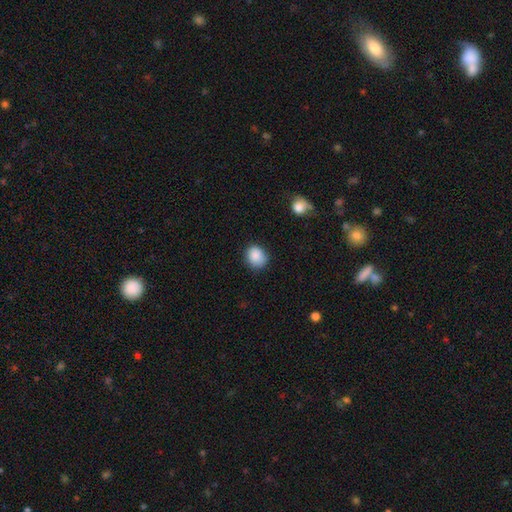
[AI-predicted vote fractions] smooth_or_featured: smooth (p=0.88) [alt: star or artifact p=0.08]
how_rounded: round (p=0.68) [alt: in between p=0.31]
merging: none (p=0.77) [alt: minor disturbance p=0.18]